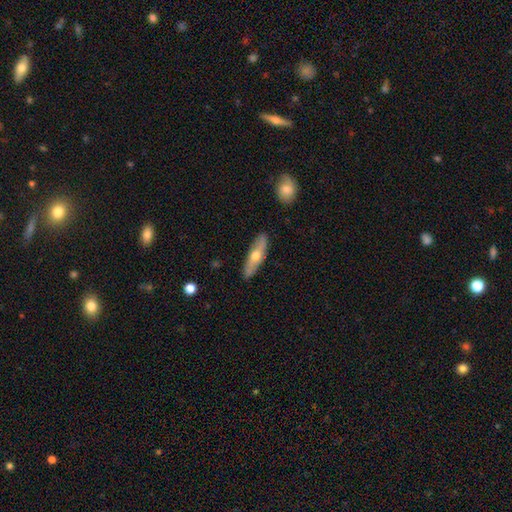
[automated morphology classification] Smooth or featured: smooth — 47% (tied with featured or disk — 47%)
Merging: none — 87% (minor disturbance — 10%)